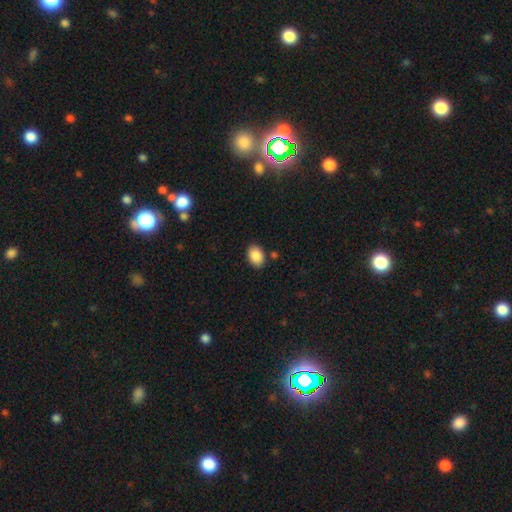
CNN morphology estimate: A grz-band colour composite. It shows a smooth galaxy with no disk features (88%) that is in between round and cigar-shaped (78%). Merging: none (83%).